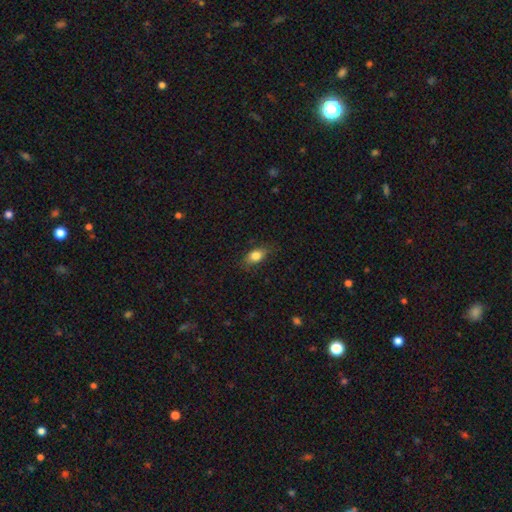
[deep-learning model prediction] Morphology: type=smooth (83%); roundness=in between (82%); merging=none (79%).